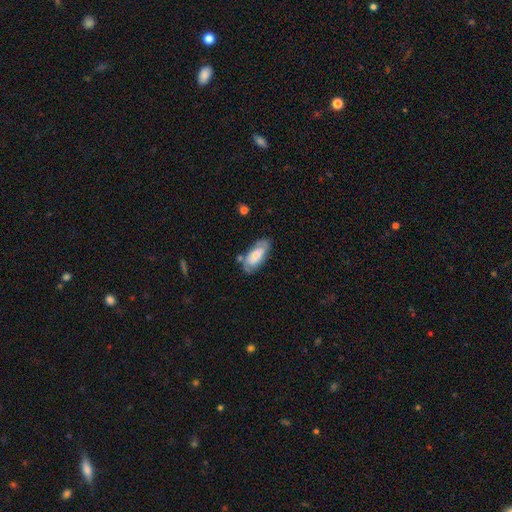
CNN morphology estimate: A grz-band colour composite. It shows a smooth galaxy with no disk features (54%) that is in between round and cigar-shaped (83%). Merging: none (67%).